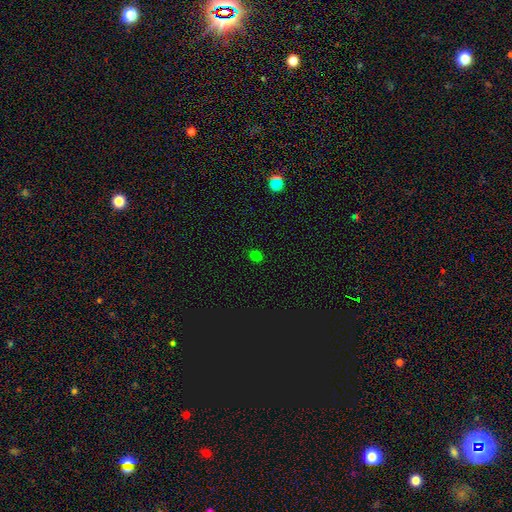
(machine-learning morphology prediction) This is likely a smooth galaxy (73%). How rounded: likely round (63%). Merging: clearly none (88%).